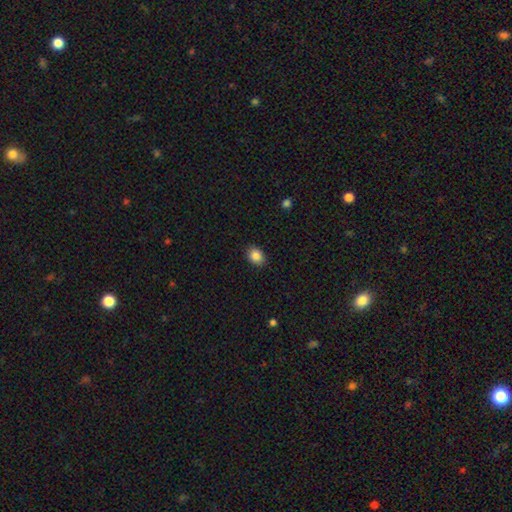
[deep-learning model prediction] Smooth or featured?
  - smooth: 87% *
  - star or artifact: 9%
  - featured or disk: 4%
How rounded?
  - in between: 62% *
  - round: 37%
  - cigar-shaped: 1%
Merging?
  - none: 89% *
  - minor disturbance: 8%
  - major disturbance: 2%
  - merger: 1%